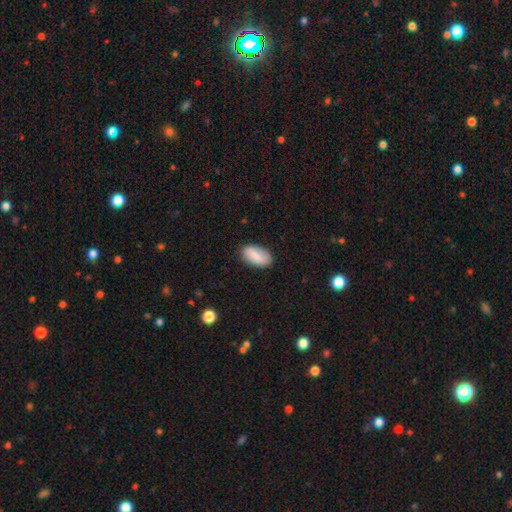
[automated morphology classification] smooth 82%, featured or disk 11%, star or artifact 6%. Down the decision tree: how rounded — in between (93%); merging — none (85%).